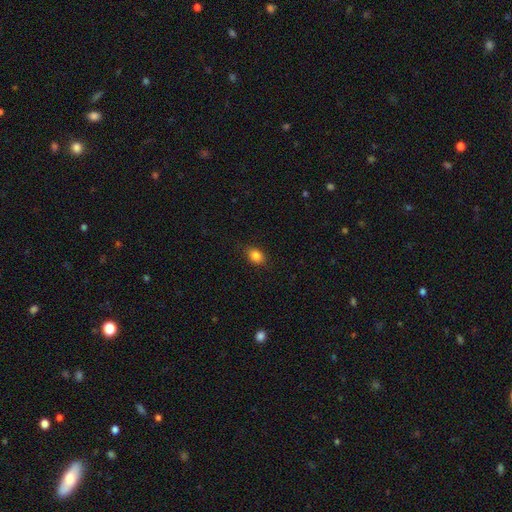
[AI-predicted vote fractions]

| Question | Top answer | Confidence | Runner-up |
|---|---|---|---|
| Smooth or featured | smooth | 85% | star or artifact (9%) |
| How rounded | in between | 70% | round (29%) |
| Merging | none | 84% | minor disturbance (12%) |